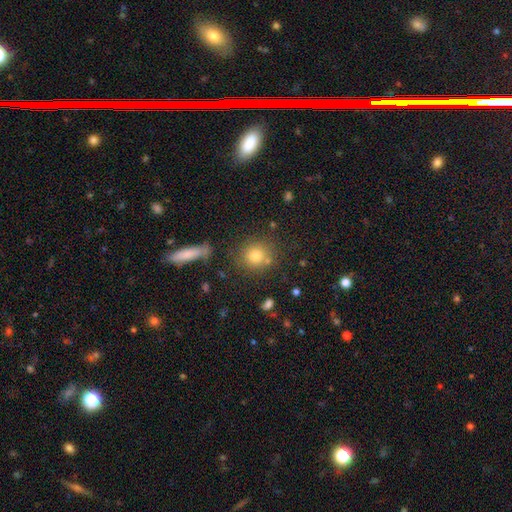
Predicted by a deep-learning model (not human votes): The model was most divided on "smooth or featured": smooth: 77%, star or artifact: 12%, featured or disk: 10%. More confident: how rounded — round (85%); merging — none (77%).